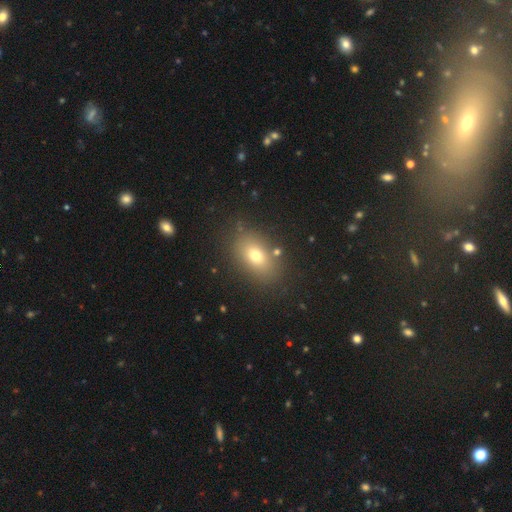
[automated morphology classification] Q: Smooth or featured?
A: smooth (71%); runner-up: featured or disk (16%)
Q: How rounded?
A: in between (80%); runner-up: round (17%)
Q: Merging?
A: none (83%); runner-up: minor disturbance (10%)